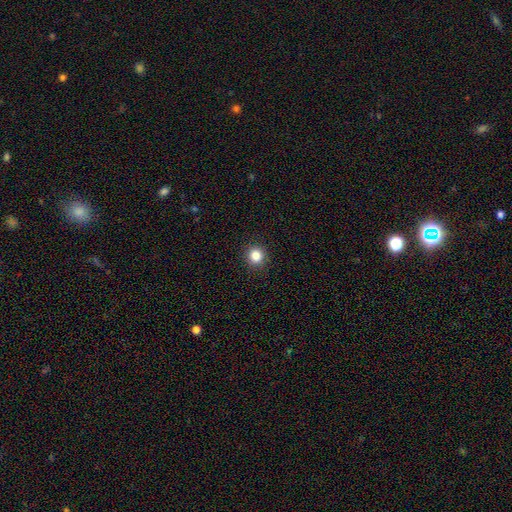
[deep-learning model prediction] A smooth galaxy with no disk features (84%) that is round (88%).

Vote fractions:
- Smooth or featured? smooth: 84% / star or artifact: 11% / featured or disk: 4%
- How rounded? round: 88% / in between: 11% / cigar-shaped: 1%
- Merging? none: 92% / minor disturbance: 6% / major disturbance: 2% / merger: 1%